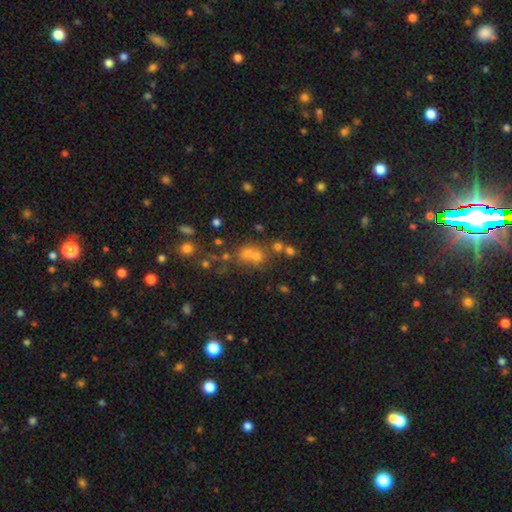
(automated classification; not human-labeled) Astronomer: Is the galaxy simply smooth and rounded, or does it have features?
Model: star or artifact — 46% (runner-up: smooth, 40%).